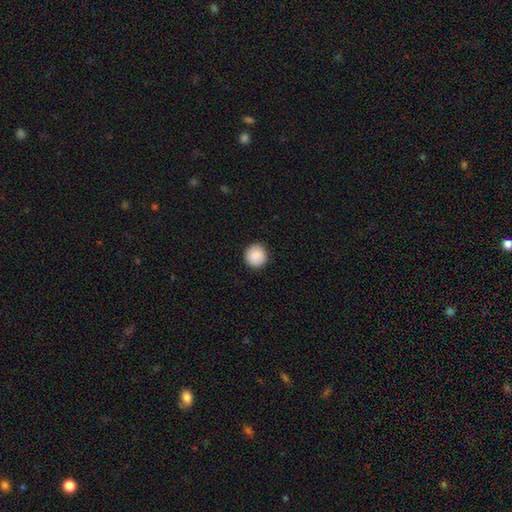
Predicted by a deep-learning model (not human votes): A smooth galaxy with no disk features (89%) that is round (94%).

Vote fractions:
- Smooth or featured? smooth: 89% / star or artifact: 7% / featured or disk: 3%
- How rounded? round: 94% / in between: 5% / cigar-shaped: 1%
- Merging? none: 91% / minor disturbance: 6% / major disturbance: 2% / merger: 1%